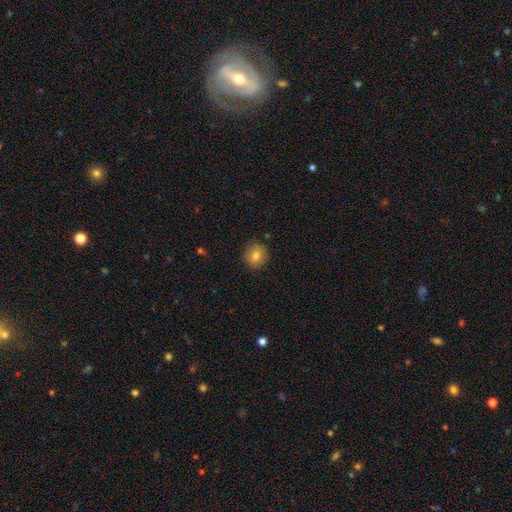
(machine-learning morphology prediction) Q: Smooth or featured?
A: smooth (80%); runner-up: featured or disk (10%)
Q: How rounded?
A: round (88%); runner-up: in between (11%)
Q: Merging?
A: none (88%); runner-up: minor disturbance (9%)